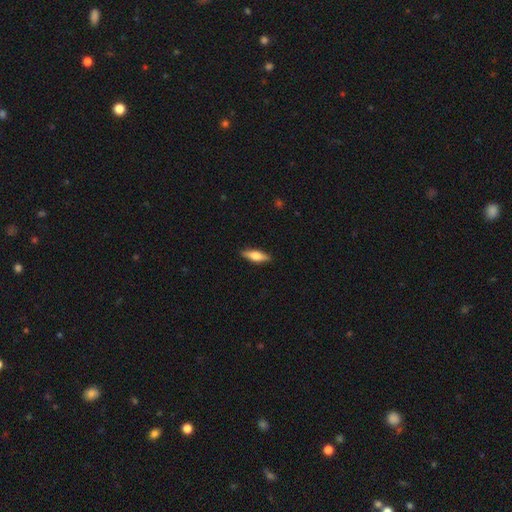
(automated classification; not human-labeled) smooth 58%, featured or disk 36%, star or artifact 6%. Down the decision tree: how rounded — cigar-shaped (51%); merging — none (89%).